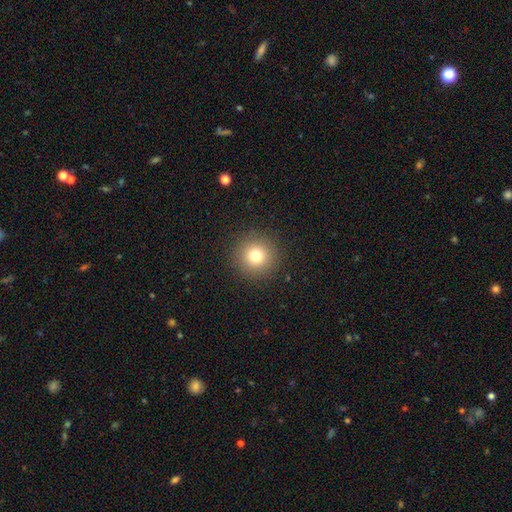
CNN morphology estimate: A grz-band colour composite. It shows a smooth galaxy with no disk features (78%) that is round (95%). Merging: none (91%).